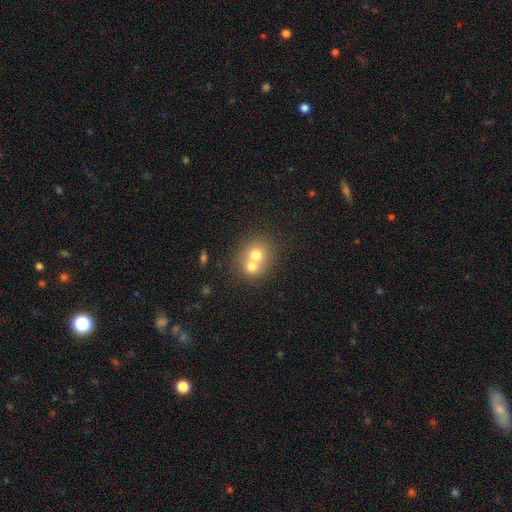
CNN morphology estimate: A smooth galaxy with no disk features (68%) that is round (77%). Merging: merger (66%).